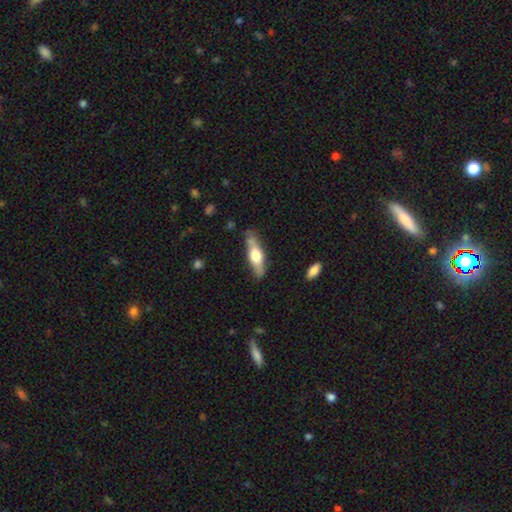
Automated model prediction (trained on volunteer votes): Q: Smooth or featured?
A: featured or disk (51%); runner-up: smooth (44%)
Q: Edge-on disk?
A: yes (88%); runner-up: no (12%)
Q: Merging?
A: none (78%); runner-up: minor disturbance (16%)